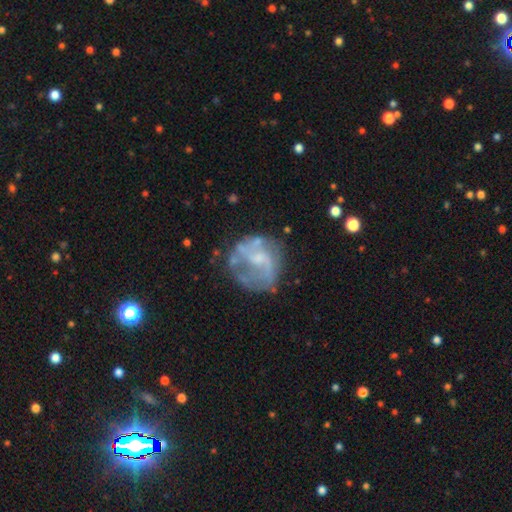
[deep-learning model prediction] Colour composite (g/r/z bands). It shows a featured or disk galaxy (70%) with no bar (52%), spiral arms (60%) and no central bulge (36%). Merging: none (53%).